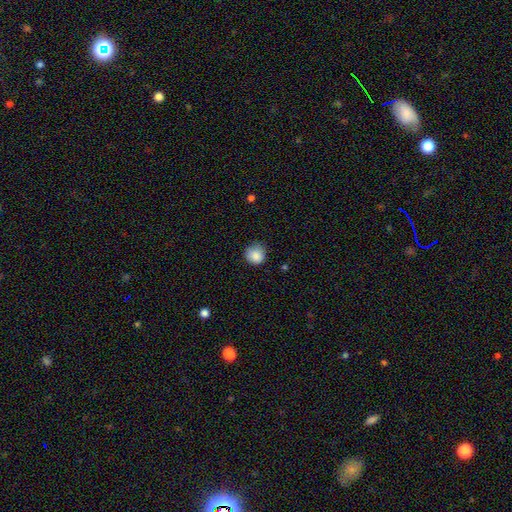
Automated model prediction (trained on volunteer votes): smooth_or_featured: smooth (p=0.87) [alt: star or artifact p=0.09]
how_rounded: round (p=0.89) [alt: in between p=0.10]
merging: none (p=0.70) [alt: minor disturbance p=0.24]